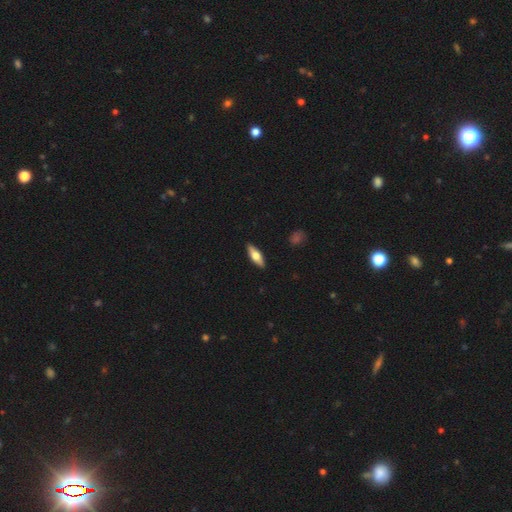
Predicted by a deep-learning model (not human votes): Overall: smooth (54%; featured or disk 41%). How rounded: in between (57%; cigar-shaped 41%). Merging: none (90%).